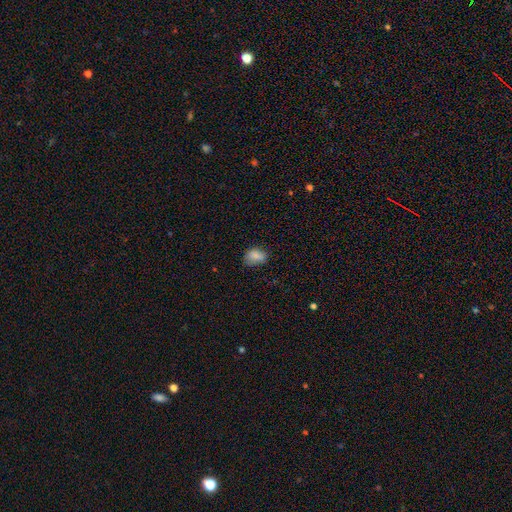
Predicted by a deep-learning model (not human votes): Overall: smooth (83%). How rounded: in between (74%). Merging: none (56%; minor disturbance 32%).